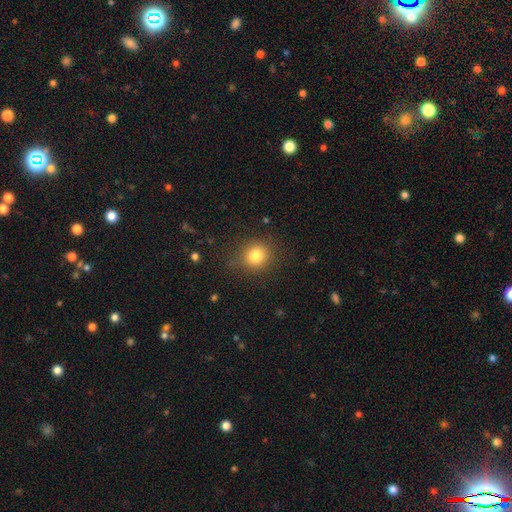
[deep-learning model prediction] This is clearly a smooth galaxy (80%). How rounded: clearly round (86%). Merging: clearly none (84%).